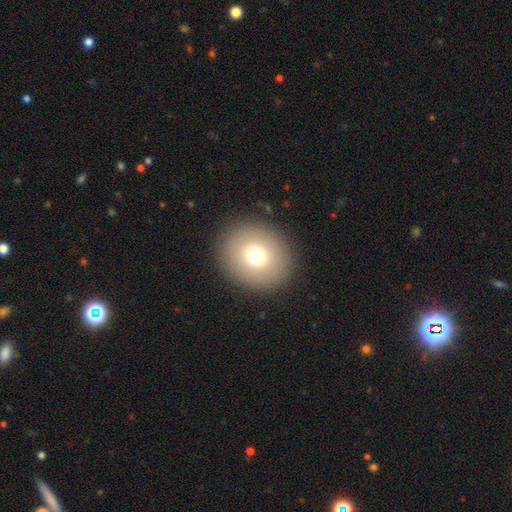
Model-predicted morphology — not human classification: type=smooth (73%); roundness=round (83%); merging=none (90%).